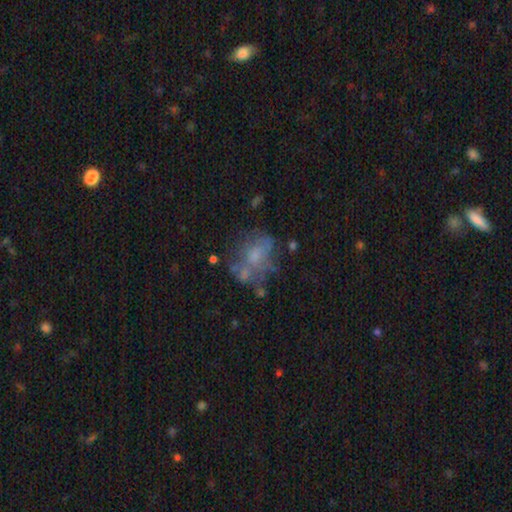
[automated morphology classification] A featured or disk galaxy (47%).

Vote fractions:
- Smooth or featured? featured or disk: 47% / smooth: 39% / star or artifact: 14%
- Merging? none: 41% / major disturbance: 25% / minor disturbance: 21% / merger: 13%